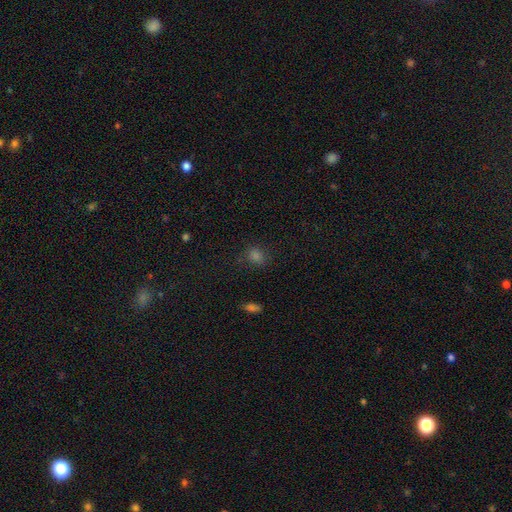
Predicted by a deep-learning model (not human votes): Smooth or featured: smooth — 68% (star or artifact — 25%)
How rounded: round — 61% (in between — 38%)
Merging: none — 80% (minor disturbance — 14%)